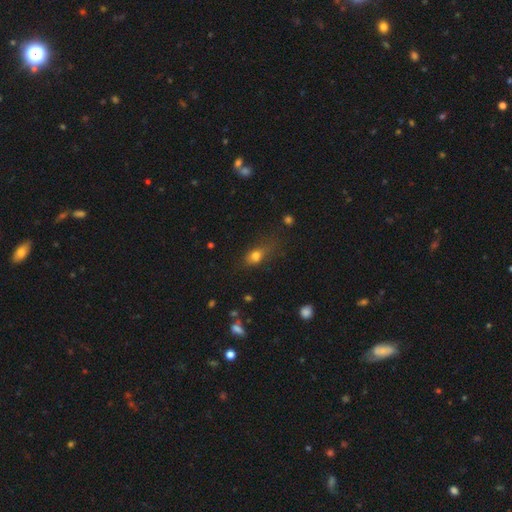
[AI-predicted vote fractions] Smooth or featured? smooth (73%)
How rounded? in between (64%)
Merging? none (47%)